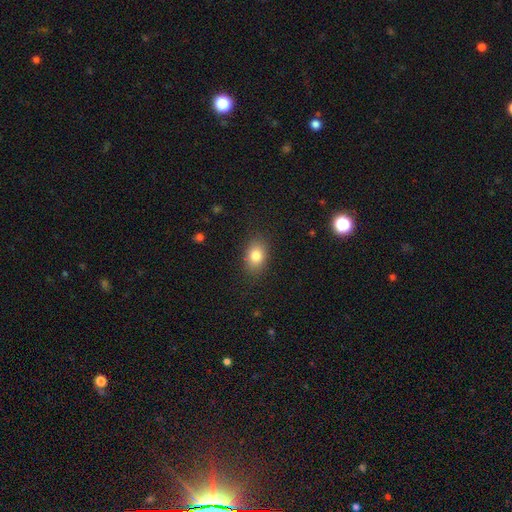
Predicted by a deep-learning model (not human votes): smooth-or-featured: smooth: 82% | star or artifact: 9% | featured or disk: 8%
  how-rounded: in between: 76% | round: 23% | cigar-shaped: 1%
  merging: none: 86% | minor disturbance: 10% | major disturbance: 3% | merger: 1%